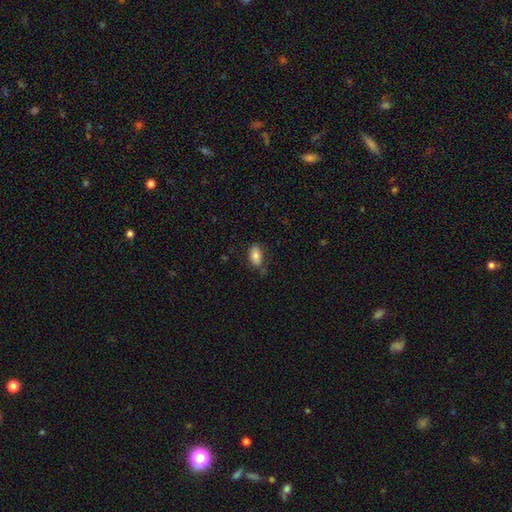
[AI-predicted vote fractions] Smooth or featured? Predicted: smooth (p=0.80). How rounded? Predicted: in between (p=0.92). Merging? Predicted: none (p=0.68).